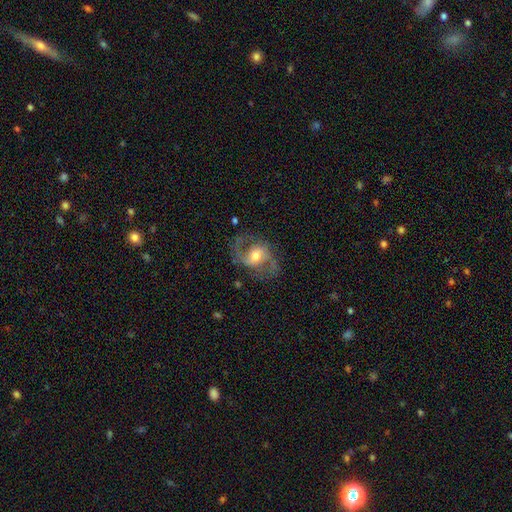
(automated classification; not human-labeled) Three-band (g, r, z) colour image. It shows a featured or disk galaxy (80%) with a weak bar (46%), 2 (89%) medium (49%) spiral arms (92%) and a moderate central bulge (65%). Merging: none (69%).